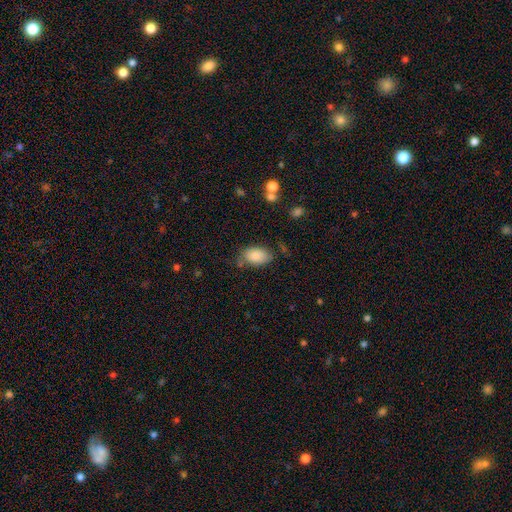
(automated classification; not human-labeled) smooth 86%, star or artifact 7%, featured or disk 7%. Down the decision tree: how rounded — in between (91%); merging — none (68%).